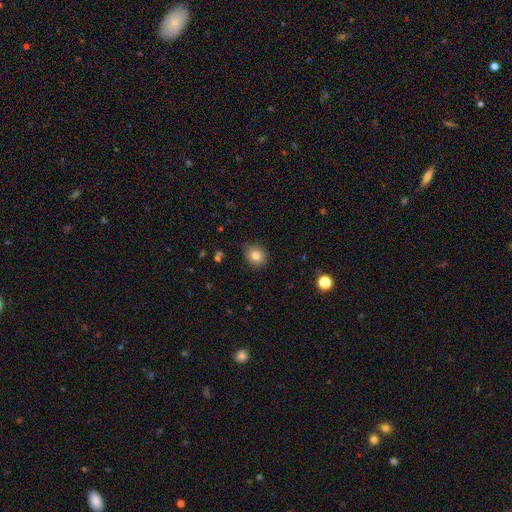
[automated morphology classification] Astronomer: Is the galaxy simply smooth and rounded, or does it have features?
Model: smooth — 81%.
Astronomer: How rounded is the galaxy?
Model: round — 82%.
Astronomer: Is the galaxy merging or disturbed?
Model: none — 85%.